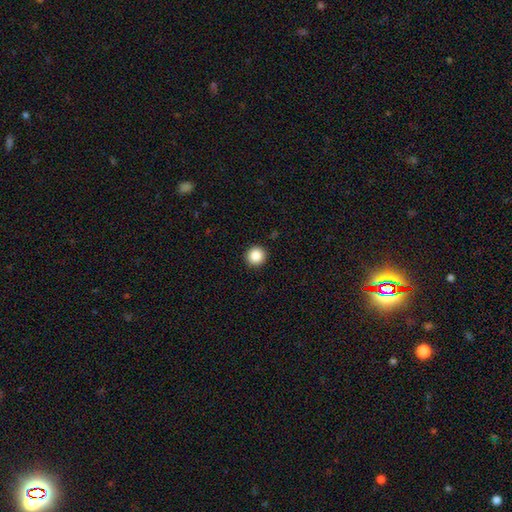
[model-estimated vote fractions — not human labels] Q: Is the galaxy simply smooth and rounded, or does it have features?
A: smooth — 86%.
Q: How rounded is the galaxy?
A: round — 95%.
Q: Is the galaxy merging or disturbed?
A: none — 93%.